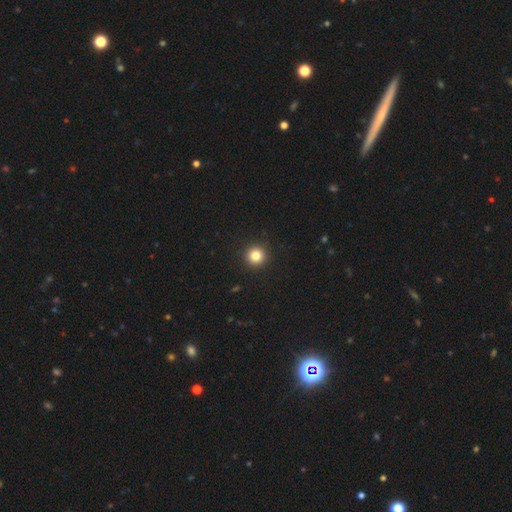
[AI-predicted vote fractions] smooth_or_featured: smooth (p=0.83) [alt: star or artifact p=0.12]
how_rounded: round (p=0.95) [alt: in between p=0.04]
merging: none (p=0.93) [alt: minor disturbance p=0.04]